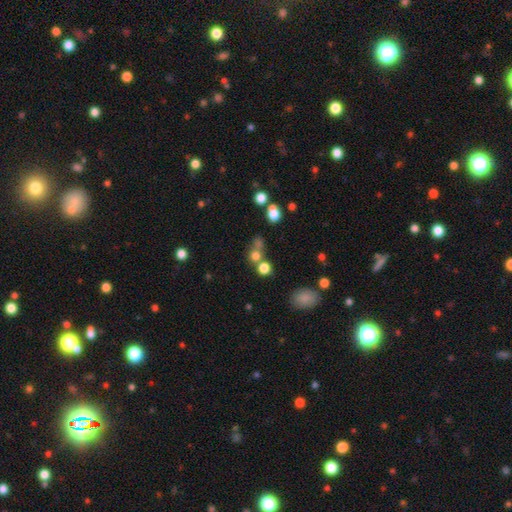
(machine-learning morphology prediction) smooth_or_featured: smooth (p=0.71) [alt: star or artifact p=0.19]
how_rounded: round (p=0.85) [alt: in between p=0.14]
merging: none (p=0.51) [alt: merger p=0.35]